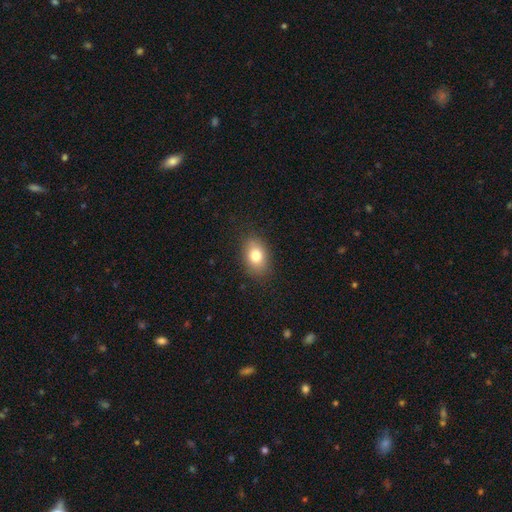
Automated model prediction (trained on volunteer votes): Q: Smooth or featured?
A: smooth (79%); runner-up: featured or disk (12%)
Q: How rounded?
A: in between (82%); runner-up: round (17%)
Q: Merging?
A: none (85%); runner-up: minor disturbance (11%)